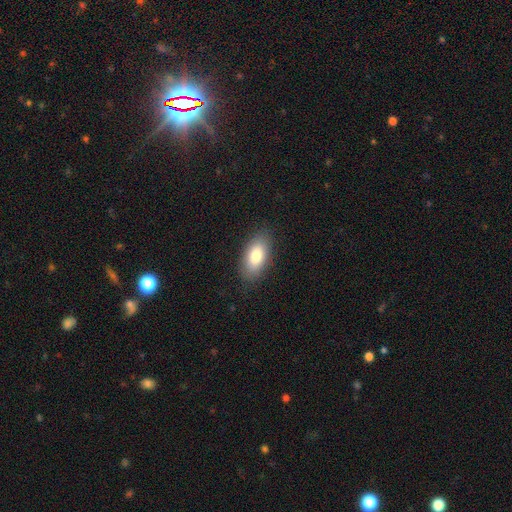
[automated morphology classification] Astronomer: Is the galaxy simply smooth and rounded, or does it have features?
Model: smooth — 82%.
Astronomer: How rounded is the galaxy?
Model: in between — 91%.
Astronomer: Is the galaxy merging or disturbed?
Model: none — 85%.